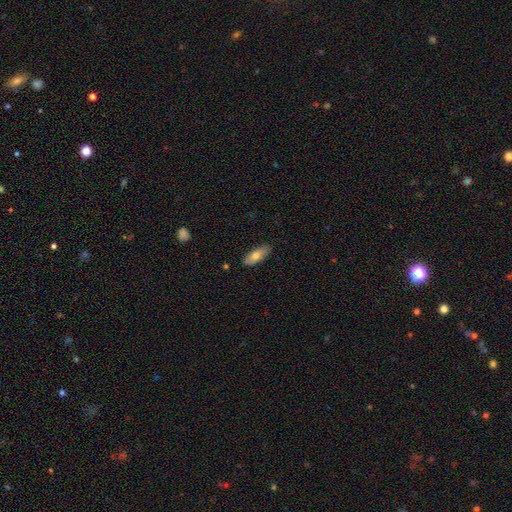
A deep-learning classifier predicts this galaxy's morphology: Smooth or featured: smooth — 71% (featured or disk — 23%)
How rounded: in between — 73% (cigar-shaped — 24%)
Merging: none — 86% (minor disturbance — 11%)